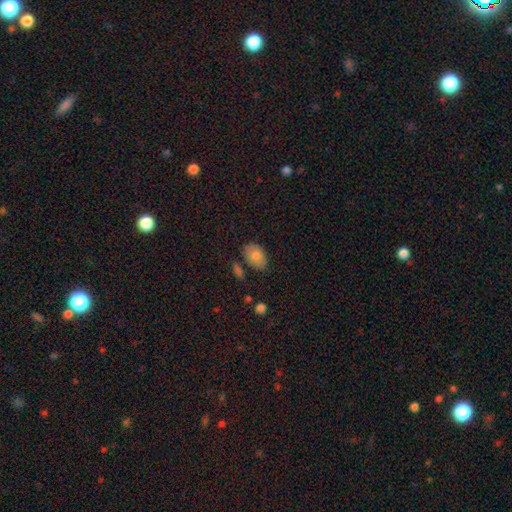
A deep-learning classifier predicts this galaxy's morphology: A smooth galaxy with no disk features (79%) that is in between round and cigar-shaped (87%). Merging: none (70%).